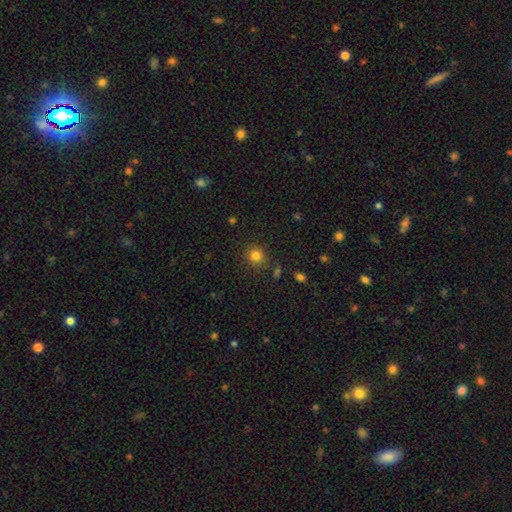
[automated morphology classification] Smooth or featured?
  - smooth: 82% *
  - star or artifact: 13%
  - featured or disk: 5%
How rounded?
  - round: 86% *
  - in between: 13%
  - cigar-shaped: 1%
Merging?
  - none: 84% *
  - minor disturbance: 9%
  - merger: 3%
  - major disturbance: 3%